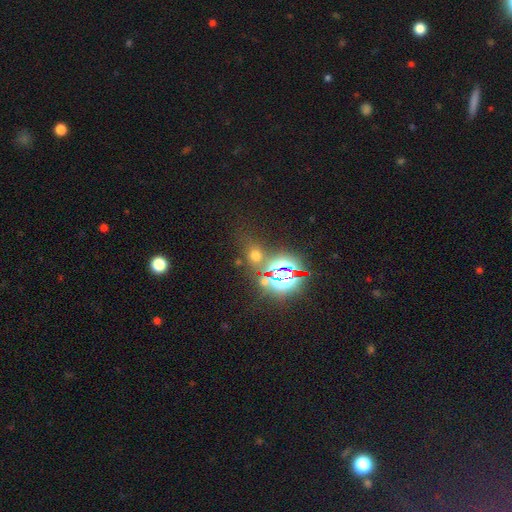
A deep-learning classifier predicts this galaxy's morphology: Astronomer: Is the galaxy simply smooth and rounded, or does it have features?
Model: star or artifact — 50% (runner-up: smooth, 42%).